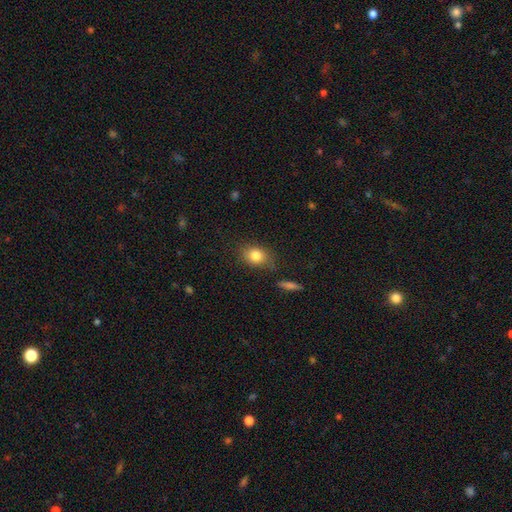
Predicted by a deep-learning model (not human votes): smooth_or_featured: smooth (p=0.81) [alt: featured or disk p=0.10]
how_rounded: in between (p=0.62) [alt: round p=0.36]
merging: none (p=0.78) [alt: minor disturbance p=0.15]